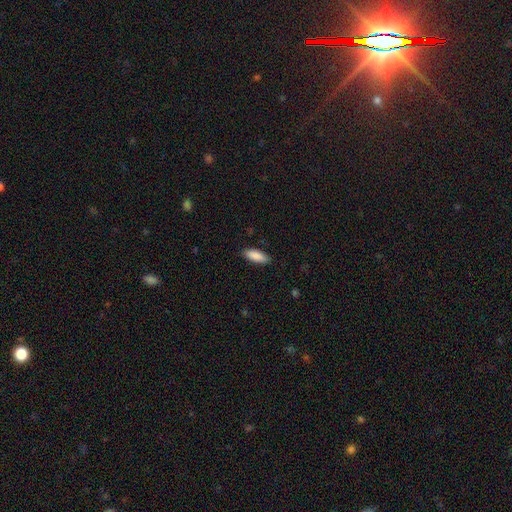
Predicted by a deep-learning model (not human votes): Smooth or featured? smooth (89%)
How rounded? in between (67%)
Merging? none (87%)